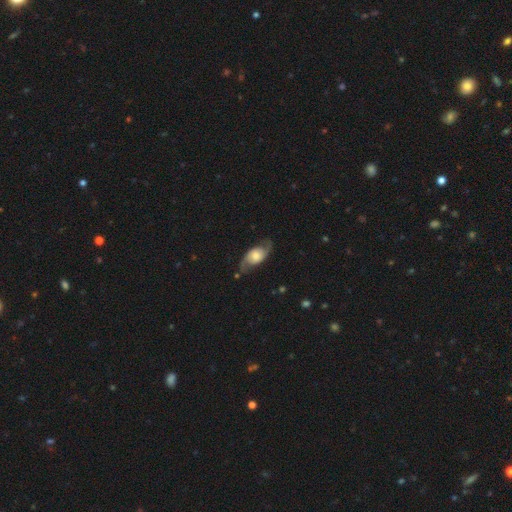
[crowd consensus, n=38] This appears to be a featured or disk galaxy (66%) with no bar (68%), 2 (95%) medium (55%) spiral arms (91%) and a moderate central bulge (55%). Merging: none (72%).